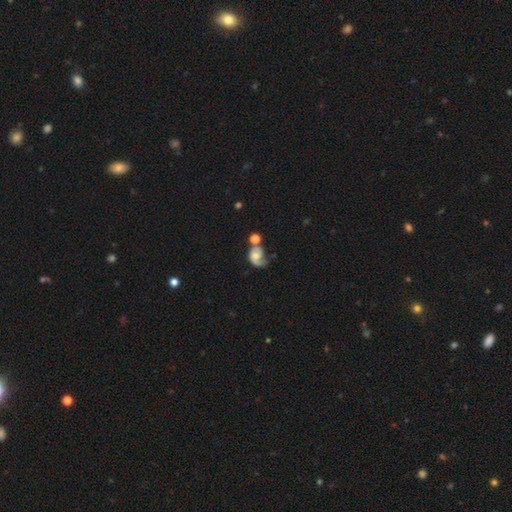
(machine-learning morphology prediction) Smooth or featured?
  - featured or disk: 61% *
  - smooth: 31%
  - star or artifact: 9%
Edge-on disk?
  - no: 97% *
  - yes: 3%
Bar?
  - no: 72% *
  - weak: 23%
  - strong: 5%
Spiral arms?
  - yes: 85% *
  - no: 15%
Spiral winding?
  - medium: 37% *
  - loose: 33%
  - tight: 29%
Spiral arm count?
  - 1: 52% *
  - 2: 37%
  - can't tell: 8%
  - 3: 1%
  - 4: 1%
  - more than 4: 1%
Bulge size?
  - moderate: 43% *
  - small: 36%
  - none: 10%
  - large: 9%
  - dominant: 2%
Merging?
  - none: 31% *
  - merger: 24%
  - major disturbance: 23%
  - minor disturbance: 21%